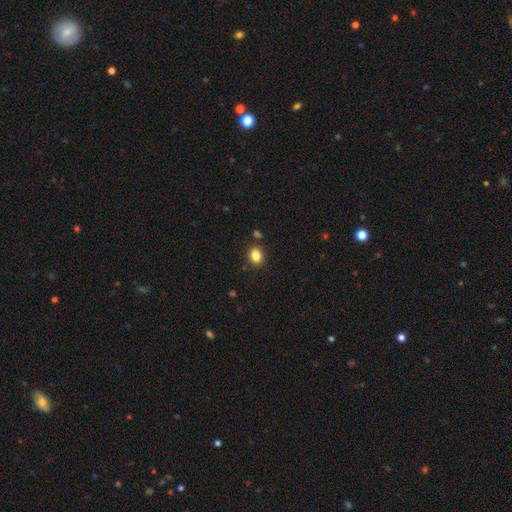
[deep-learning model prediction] Overall: smooth (84%). How rounded: round (51%; in between 48%). Merging: none (85%).